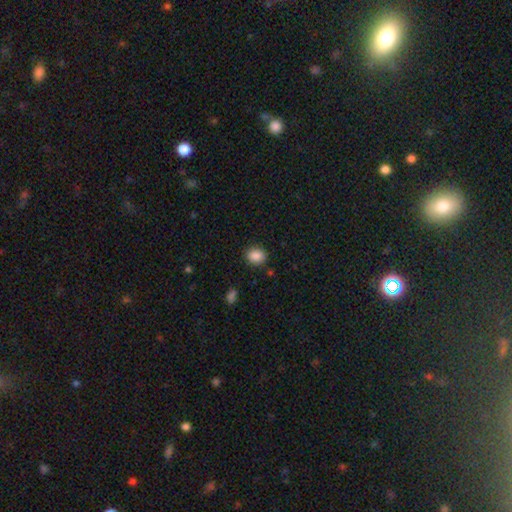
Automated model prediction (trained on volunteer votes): Smooth or featured: smooth — 88% (star or artifact — 9%)
How rounded: round — 64% (in between — 35%)
Merging: none — 88% (minor disturbance — 8%)